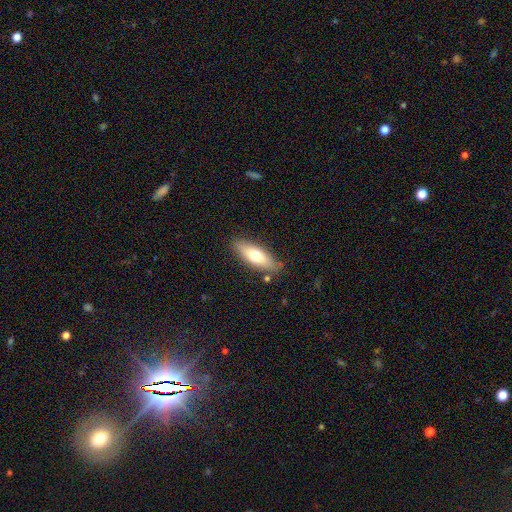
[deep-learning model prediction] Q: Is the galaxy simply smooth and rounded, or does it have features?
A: smooth — 65%.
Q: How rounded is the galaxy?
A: in between — 57%.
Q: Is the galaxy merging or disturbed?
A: none — 82%.